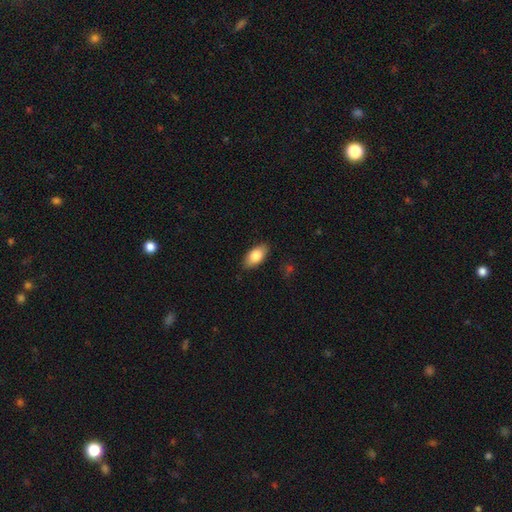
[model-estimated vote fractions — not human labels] The model was most divided on "smooth or featured": smooth: 81%, featured or disk: 12%, star or artifact: 7%. More confident: how rounded — in between (91%); merging — none (86%).